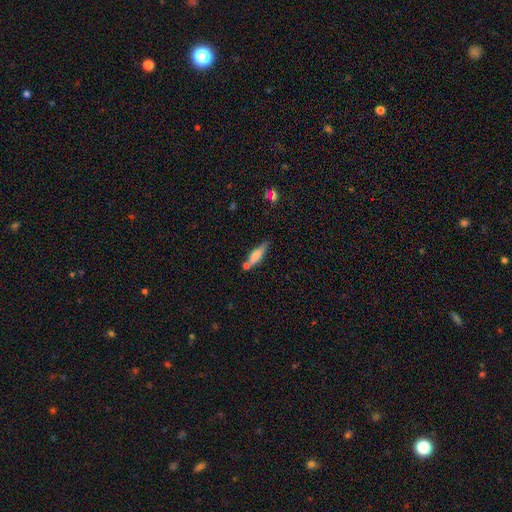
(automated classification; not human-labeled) Smooth or featured? Predicted: smooth (p=0.66). How rounded? Predicted: cigar-shaped (p=0.67). Merging? Predicted: none (p=0.55).